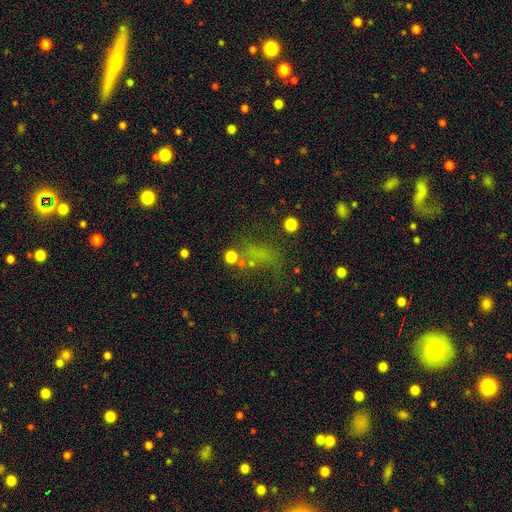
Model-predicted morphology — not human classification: This is possibly a smooth galaxy (48%). Merging: possibly none (47%).